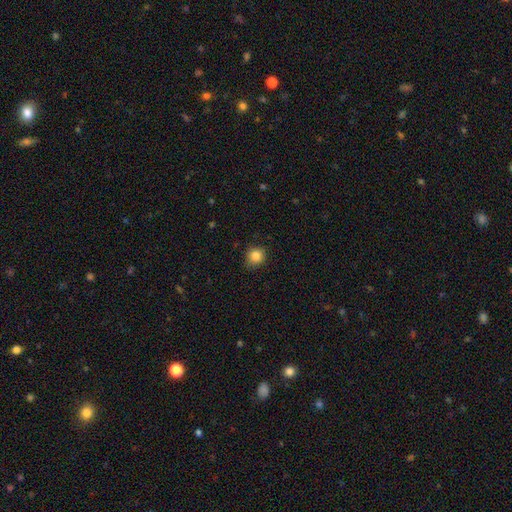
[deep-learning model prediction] smooth_or_featured: smooth (p=0.85) [alt: star or artifact p=0.11]
how_rounded: round (p=0.85) [alt: in between p=0.14]
merging: none (p=0.83) [alt: minor disturbance p=0.13]